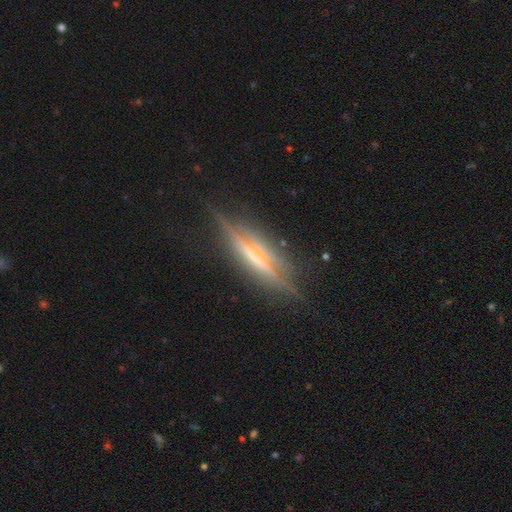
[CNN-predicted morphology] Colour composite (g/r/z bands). It shows a featured or disk galaxy (81%) viewed edge-on (95%) with a rounded central bulge (56%). Merging: none (78%).